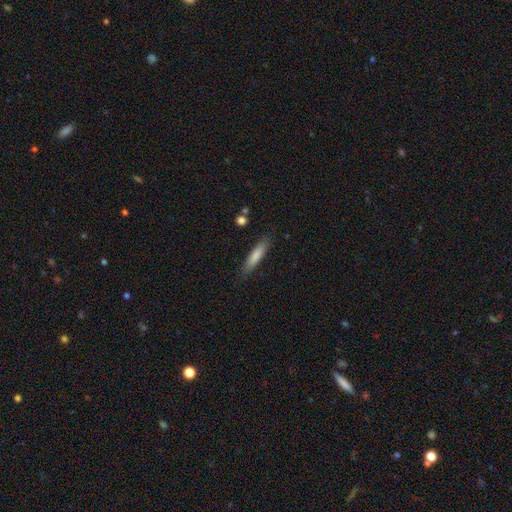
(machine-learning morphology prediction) Q: Smooth or featured?
A: smooth (79%); runner-up: featured or disk (16%)
Q: How rounded?
A: cigar-shaped (81%); runner-up: in between (18%)
Q: Merging?
A: none (84%); runner-up: minor disturbance (11%)